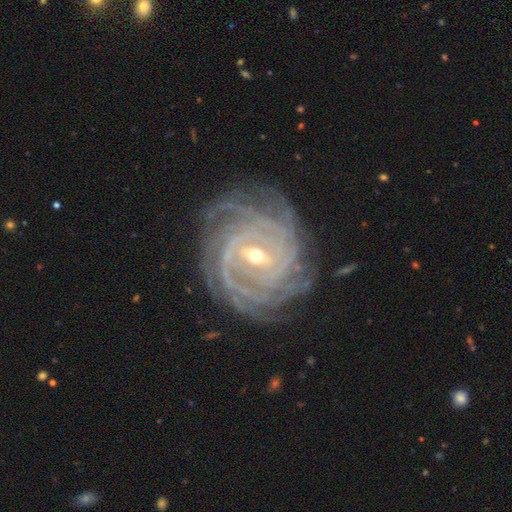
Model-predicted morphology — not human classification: Smooth or featured: featured or disk — 93% (star or artifact — 5%)
Edge-on disk: no — 97% (yes — 3%)
Bar: weak — 43% (strong — 39%)
Spiral arms: yes — 99% (no — 1%)
Spiral winding: tight — 86% (medium — 12%)
Spiral arm count: 4 — 28% (more than 4 — 24%)
Bulge size: small — 54% (moderate — 44%)
Merging: none — 81% (minor disturbance — 14%)